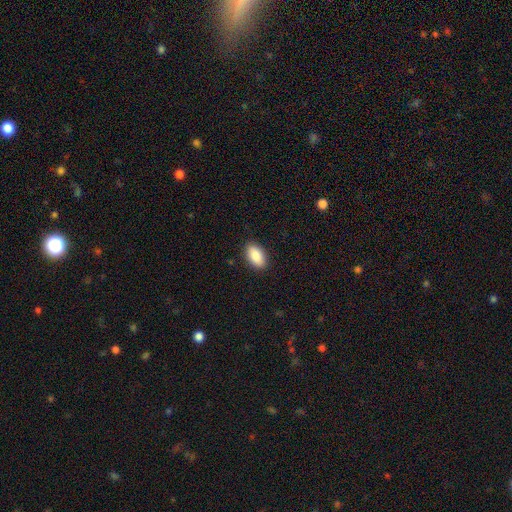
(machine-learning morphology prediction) Smooth or featured? smooth (89%)
How rounded? in between (93%)
Merging? none (90%)